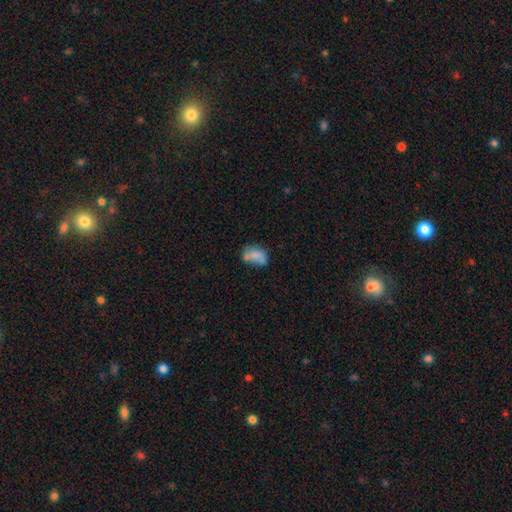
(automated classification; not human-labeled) Smooth or featured: smooth — 63% (featured or disk — 27%)
How rounded: in between — 82% (round — 16%)
Merging: none — 37% (minor disturbance — 26%)